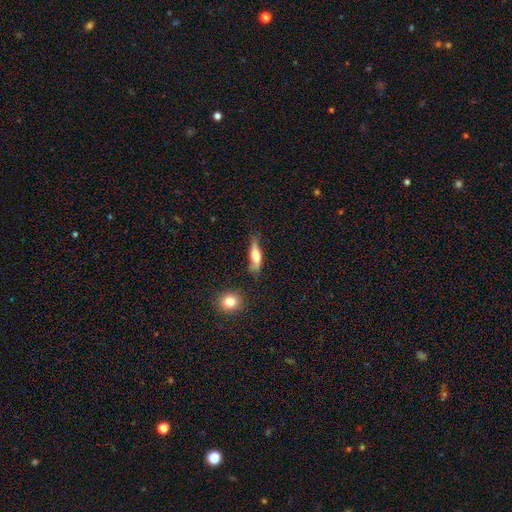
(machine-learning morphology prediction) Smooth or featured? Predicted: smooth (p=0.60). How rounded? Predicted: cigar-shaped (p=0.52). Merging? Predicted: none (p=0.59).